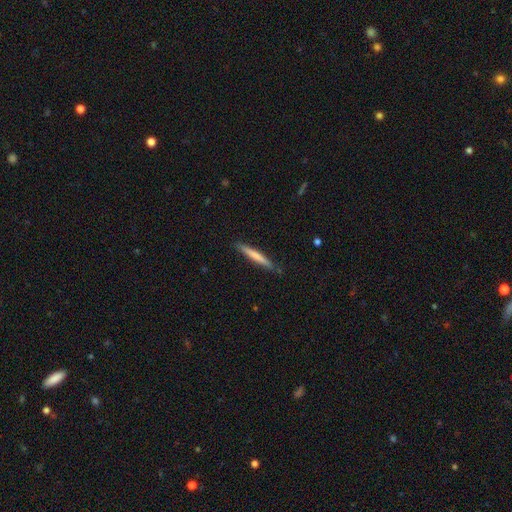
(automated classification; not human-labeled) Smooth or featured?
  - smooth: 66% *
  - featured or disk: 29%
  - star or artifact: 5%
How rounded?
  - cigar-shaped: 96% *
  - in between: 3%
  - round: 1%
Merging?
  - none: 87% *
  - minor disturbance: 10%
  - major disturbance: 2%
  - merger: 1%